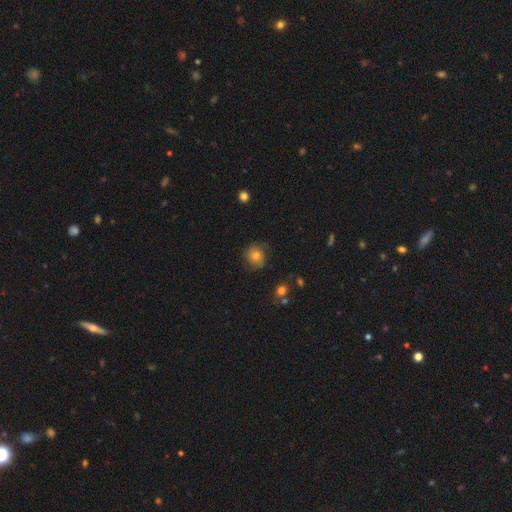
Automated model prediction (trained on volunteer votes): Morphology: type=smooth (69%); roundness=round (80%); merging=none (74%).